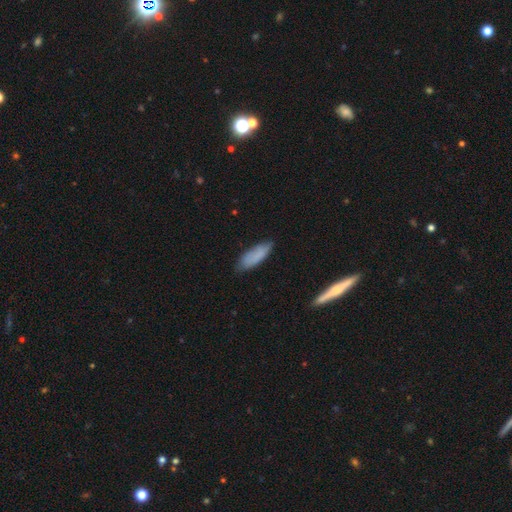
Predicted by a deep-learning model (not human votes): smooth 81%, featured or disk 12%, star or artifact 7%. Down the decision tree: how rounded — in between (57%); merging — none (74%).